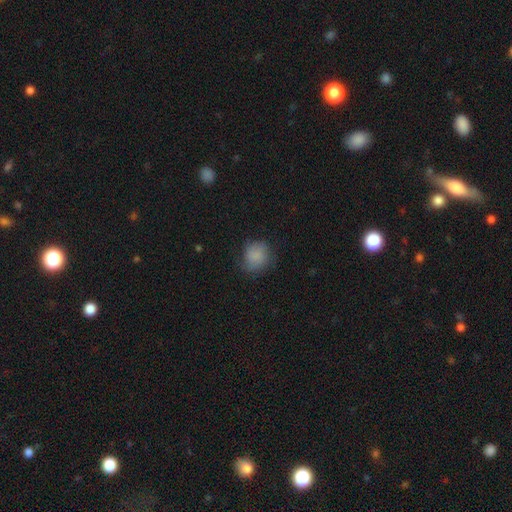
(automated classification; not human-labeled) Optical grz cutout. It shows a smooth galaxy with no disk features (81%) that is round (74%). Merging: none (66%).